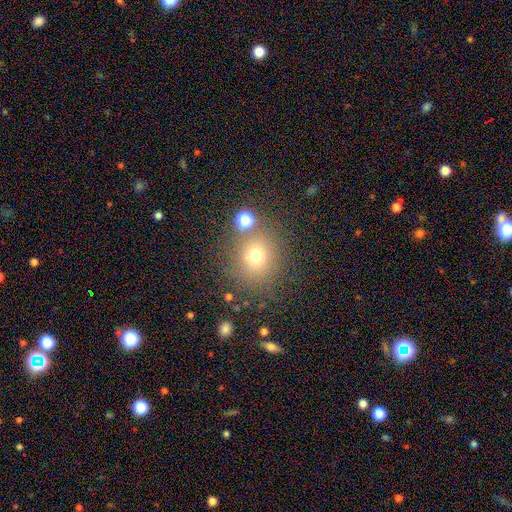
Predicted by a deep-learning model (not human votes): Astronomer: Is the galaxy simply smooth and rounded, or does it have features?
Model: smooth — 68%.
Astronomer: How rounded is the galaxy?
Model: round — 82%.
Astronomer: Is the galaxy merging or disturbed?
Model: none — 77%.